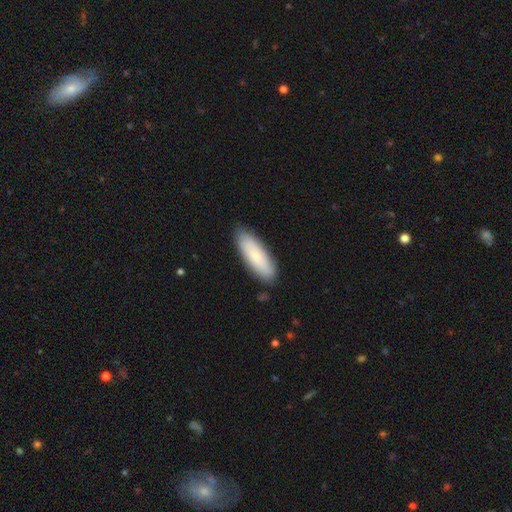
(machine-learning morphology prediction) A smooth galaxy with no disk features (76%) that is in between round and cigar-shaped (60%).

Vote fractions:
- Smooth or featured? smooth: 76% / featured or disk: 19% / star or artifact: 6%
- How rounded? in between: 60% / cigar-shaped: 39% / round: 2%
- Merging? none: 85% / minor disturbance: 11% / major disturbance: 2% / merger: 1%